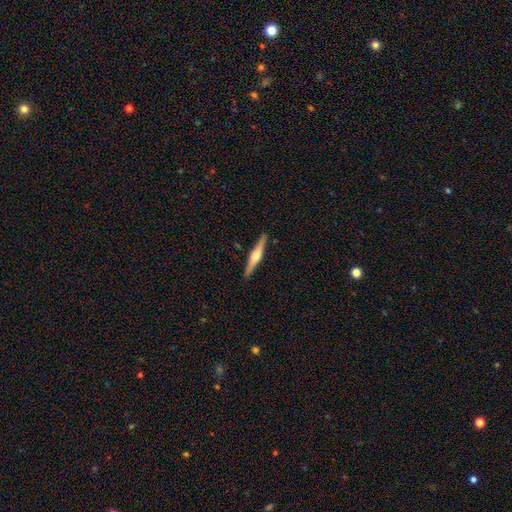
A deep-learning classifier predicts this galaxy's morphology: Smooth or featured? featured or disk (70%)
Edge-on disk? yes (98%)
Edge-on bulge? rounded (88%)
Merging? none (91%)